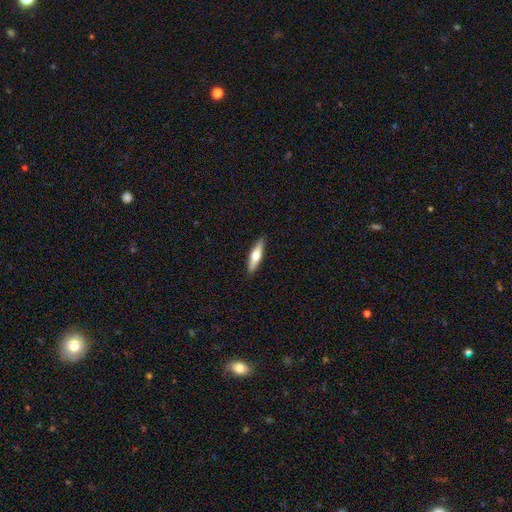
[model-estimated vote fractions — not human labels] Morphology: type=smooth (57%); roundness=cigar-shaped (67%); merging=none (90%).